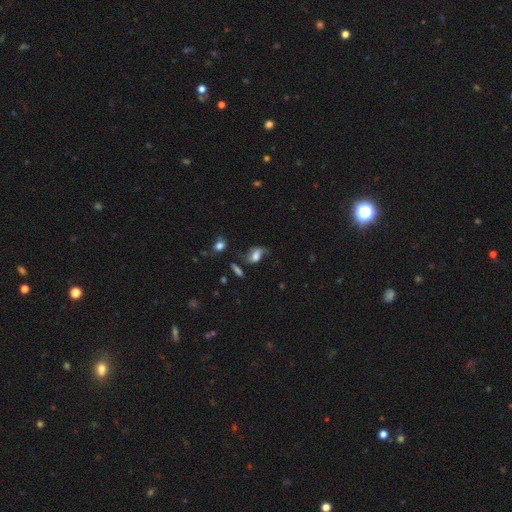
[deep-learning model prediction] smooth-or-featured: smooth: 47% | featured or disk: 41% | star or artifact: 12%
  merging: none: 50% | minor disturbance: 26% | major disturbance: 18% | merger: 6%